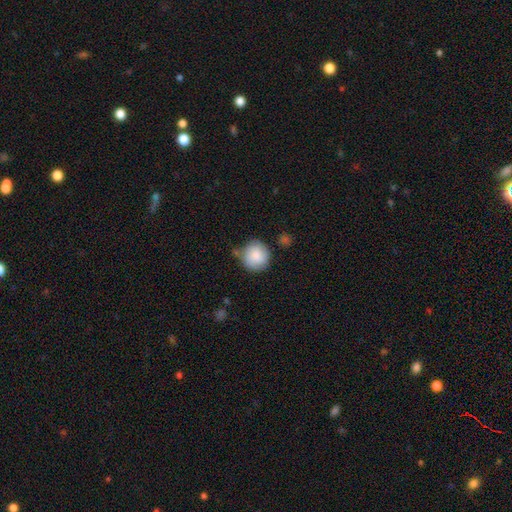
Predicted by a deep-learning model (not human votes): Smooth or featured?
  - smooth: 81% *
  - featured or disk: 12%
  - star or artifact: 7%
How rounded?
  - round: 89% *
  - in between: 10%
  - cigar-shaped: 1%
Merging?
  - none: 66% *
  - minor disturbance: 23%
  - major disturbance: 6%
  - merger: 6%